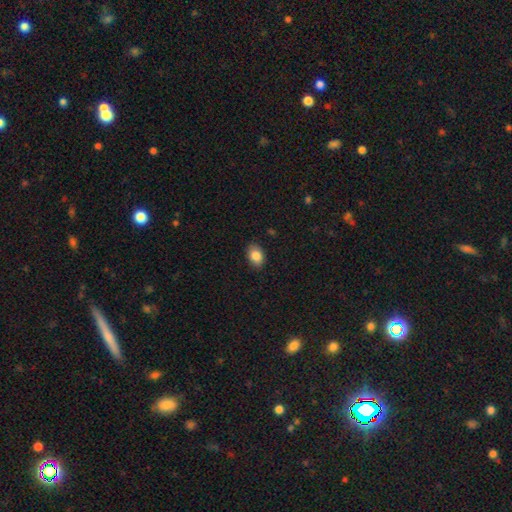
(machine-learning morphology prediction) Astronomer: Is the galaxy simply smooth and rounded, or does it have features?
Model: smooth — 85%.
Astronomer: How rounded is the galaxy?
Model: in between — 81%.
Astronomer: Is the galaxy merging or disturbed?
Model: none — 86%.